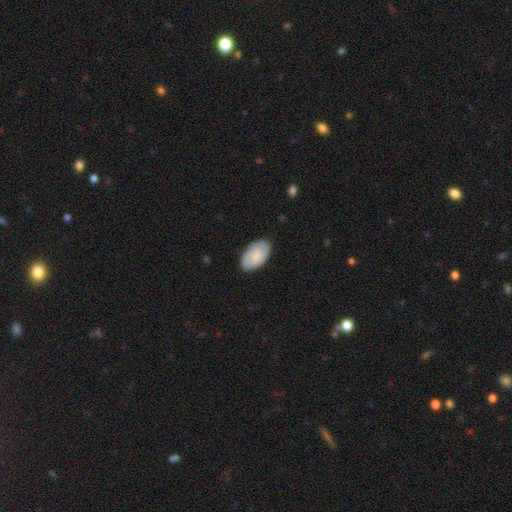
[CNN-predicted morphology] smooth-or-featured: smooth: 65% | featured or disk: 29% | star or artifact: 6%
  how-rounded: in between: 94% | round: 4% | cigar-shaped: 2%
  merging: none: 82% | minor disturbance: 14% | major disturbance: 3% | merger: 1%